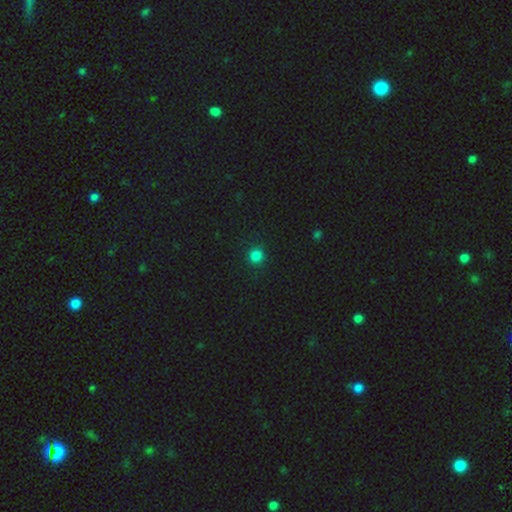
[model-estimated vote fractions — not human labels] A smooth galaxy with no disk features (82%) that is round (93%).

Vote fractions:
- Smooth or featured? smooth: 82% / star or artifact: 15% / featured or disk: 3%
- How rounded? round: 93% / in between: 6% / cigar-shaped: 1%
- Merging? none: 91% / minor disturbance: 6% / major disturbance: 2% / merger: 1%